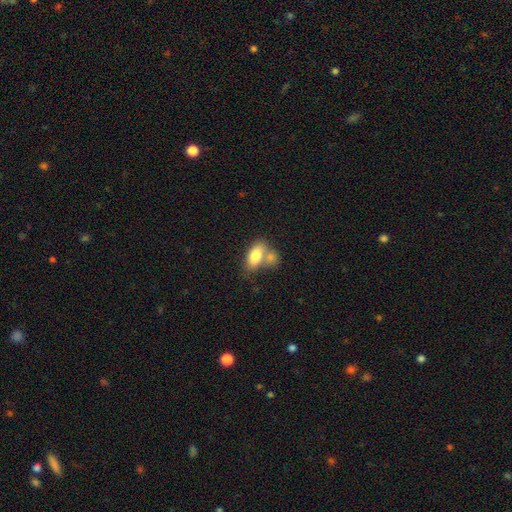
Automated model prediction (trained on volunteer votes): Smooth or featured? Predicted: smooth (p=0.79). How rounded? Predicted: in between (p=0.89). Merging? Predicted: merger (p=0.50).